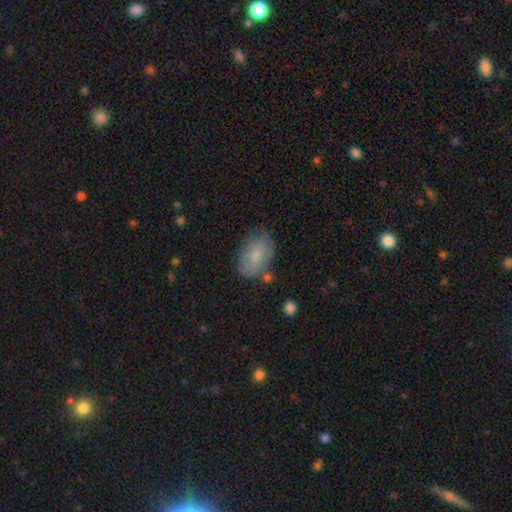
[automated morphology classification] Q: Smooth or featured?
A: smooth (79%); runner-up: featured or disk (14%)
Q: How rounded?
A: in between (89%); runner-up: round (10%)
Q: Merging?
A: none (71%); runner-up: minor disturbance (20%)